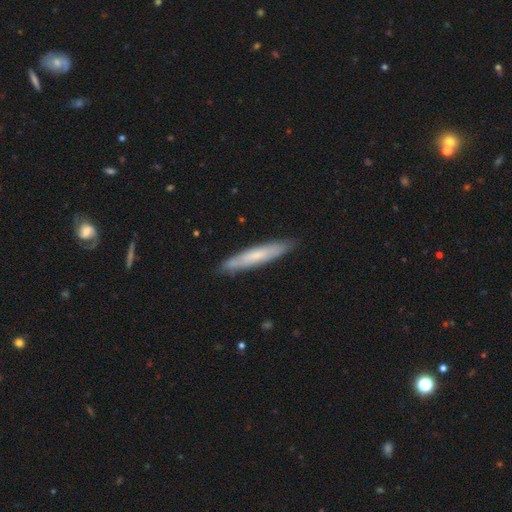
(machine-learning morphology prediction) type=smooth (60%); roundness=cigar-shaped (92%); merging=none (87%).